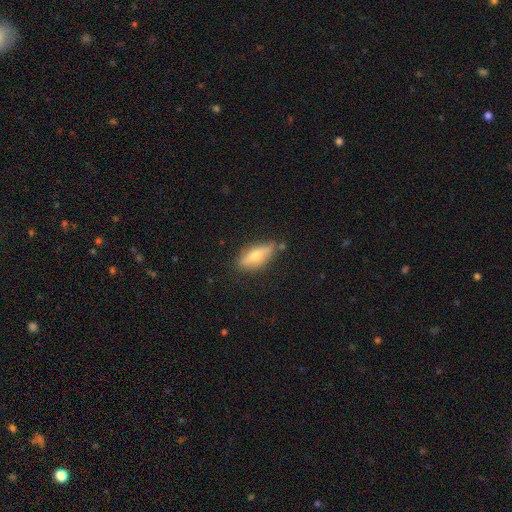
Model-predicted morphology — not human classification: This appears to be a featured or disk galaxy (49%). Merging: none (78%).